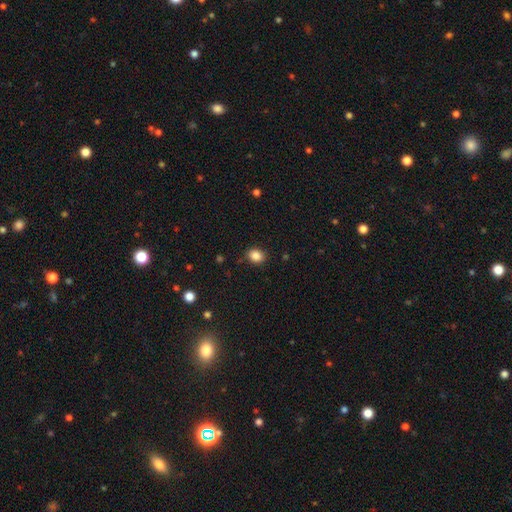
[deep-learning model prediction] Smooth or featured?
  - smooth: 87% *
  - star or artifact: 10%
  - featured or disk: 4%
How rounded?
  - in between: 51% *
  - round: 48%
  - cigar-shaped: 1%
Merging?
  - none: 86% *
  - minor disturbance: 10%
  - major disturbance: 2%
  - merger: 1%